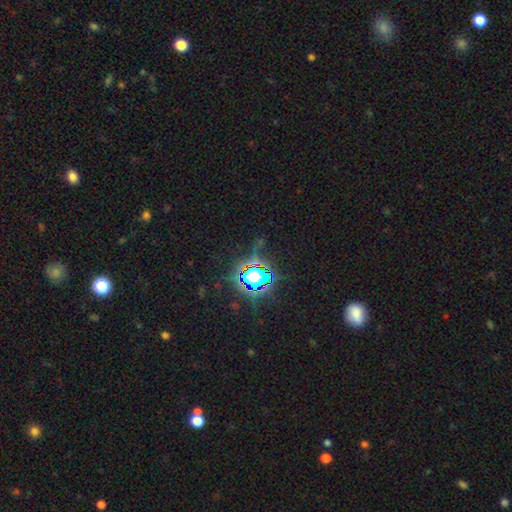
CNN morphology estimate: This appears to be a star or artifact, not a galaxy (81%).